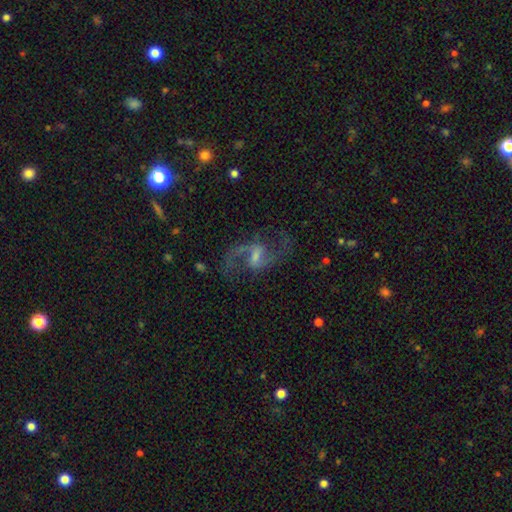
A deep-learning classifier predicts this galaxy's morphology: Smooth or featured?
  - featured or disk: 85% *
  - star or artifact: 10%
  - smooth: 5%
Edge-on disk?
  - no: 97% *
  - yes: 3%
Bar?
  - weak: 57% *
  - strong: 25%
  - no: 18%
Spiral arms?
  - yes: 97% *
  - no: 3%
Spiral winding?
  - loose: 54% *
  - medium: 39%
  - tight: 7%
Spiral arm count?
  - 2: 92% *
  - can't tell: 2%
  - 1: 2%
  - 3: 1%
  - 4: 1%
  - more than 4: 1%
Bulge size?
  - small: 45% *
  - moderate: 35%
  - none: 14%
  - large: 5%
  - dominant: 1%
Merging?
  - none: 77% *
  - minor disturbance: 12%
  - major disturbance: 8%
  - merger: 2%